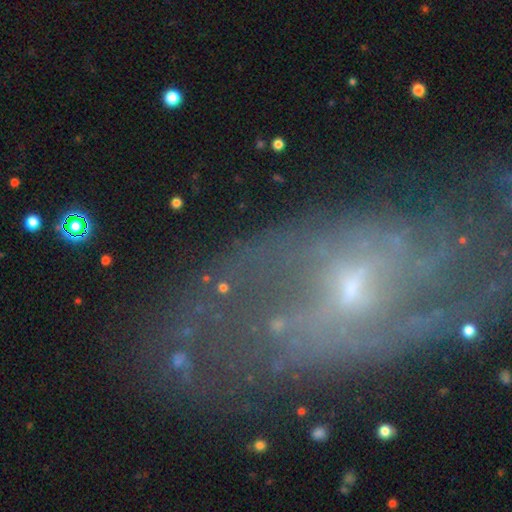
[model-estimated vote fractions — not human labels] A featured or disk galaxy (67%) with no bar (47%), spiral arms (60%) and a small central bulge (65%).

Vote fractions:
- Smooth or featured? featured or disk: 67% / smooth: 17% / star or artifact: 16%
- Edge-on disk? no: 92% / yes: 8%
- Bar? no: 47% / weak: 37% / strong: 16%
- Spiral arms? yes: 60% / no: 40%
- Bulge size? small: 65% / moderate: 22% / none: 8% / large: 3% / dominant: 2%
- Merging? none: 52% / major disturbance: 23% / minor disturbance: 20% / merger: 6%